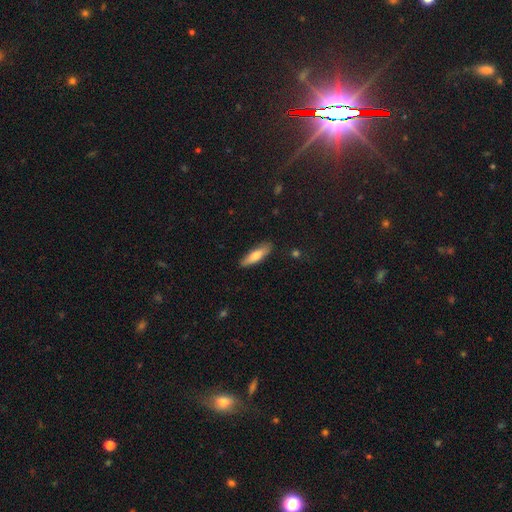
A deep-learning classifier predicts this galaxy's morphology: This is likely a smooth galaxy (70%). How rounded: likely cigar-shaped (64%). Merging: clearly none (86%).